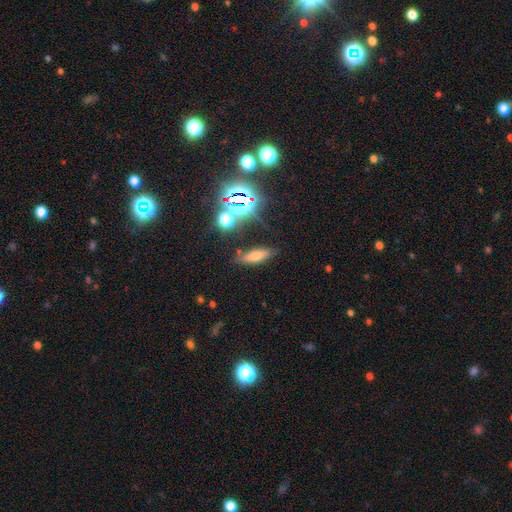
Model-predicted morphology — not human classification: Overall: smooth (57%; star or artifact 23%). How rounded: cigar-shaped (49%; in between 46%). Merging: none (78%).